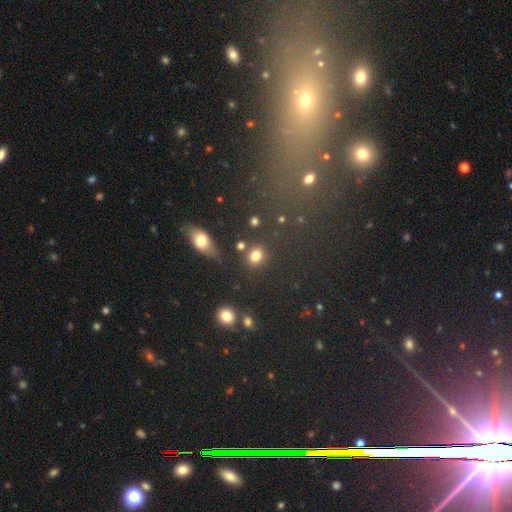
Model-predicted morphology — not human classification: Q: Smooth or featured?
A: smooth (81%); runner-up: star or artifact (11%)
Q: How rounded?
A: round (56%); runner-up: in between (43%)
Q: Merging?
A: none (77%); runner-up: minor disturbance (12%)